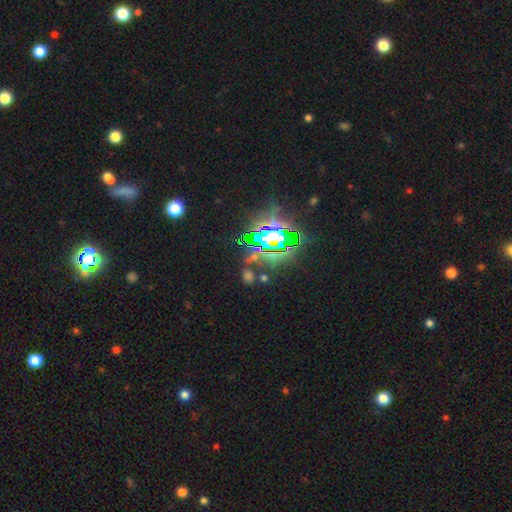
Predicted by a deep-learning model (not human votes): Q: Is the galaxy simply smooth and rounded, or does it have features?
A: star or artifact — 76%.